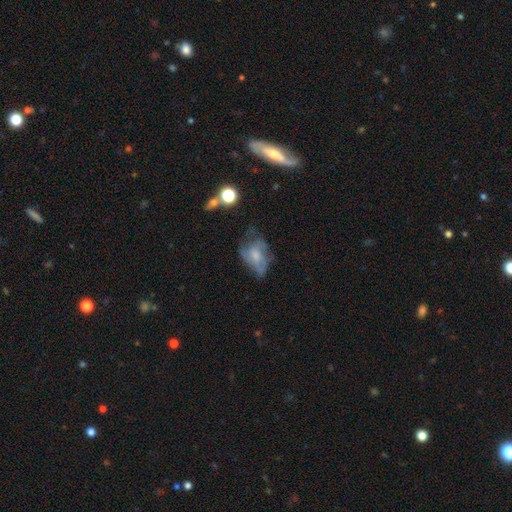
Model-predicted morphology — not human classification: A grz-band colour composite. It shows a featured or disk galaxy (55%) with no bar (72%), spiral arms (60%) and a moderate central bulge (35%). Merging: none (39%).